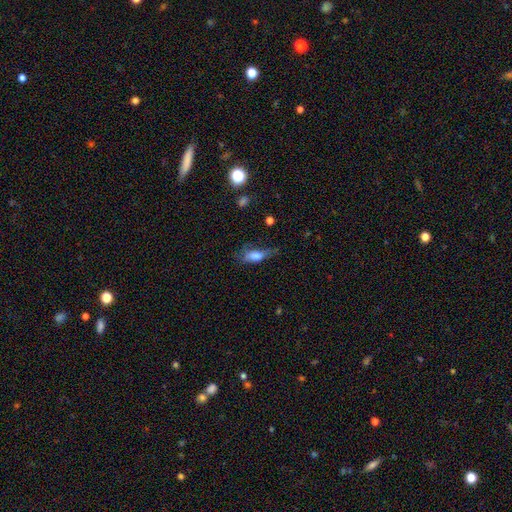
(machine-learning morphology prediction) smooth-or-featured: smooth: 68% | featured or disk: 22% | star or artifact: 9%
  how-rounded: in between: 67% | cigar-shaped: 28% | round: 4%
  merging: none: 40% | minor disturbance: 32% | major disturbance: 24% | merger: 3%